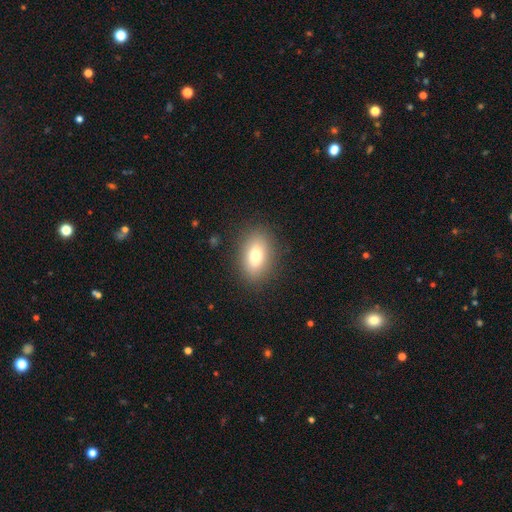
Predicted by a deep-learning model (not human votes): smooth 78%, featured or disk 13%, star or artifact 9%. Down the decision tree: how rounded — in between (87%); merging — none (86%).